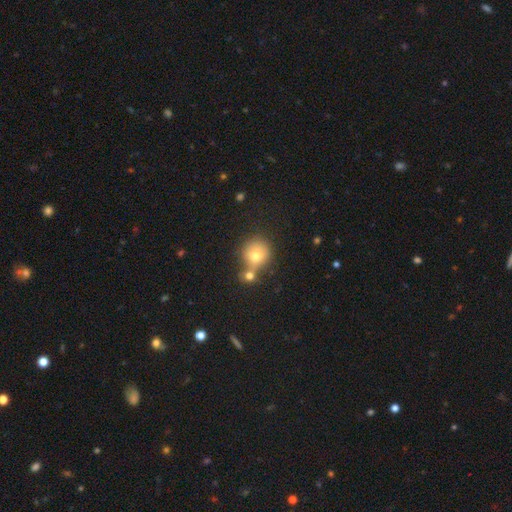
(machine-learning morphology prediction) A smooth galaxy with no disk features (74%) that is round (85%). Merging: none (47%).